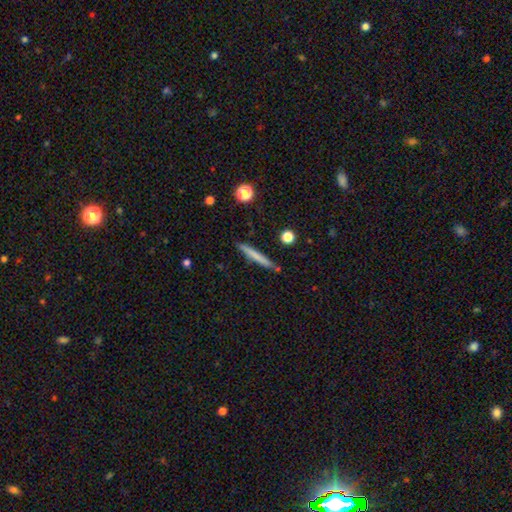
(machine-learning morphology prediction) A smooth galaxy with no disk features (66%) that is cigar-shaped (96%). Merging: none (86%).